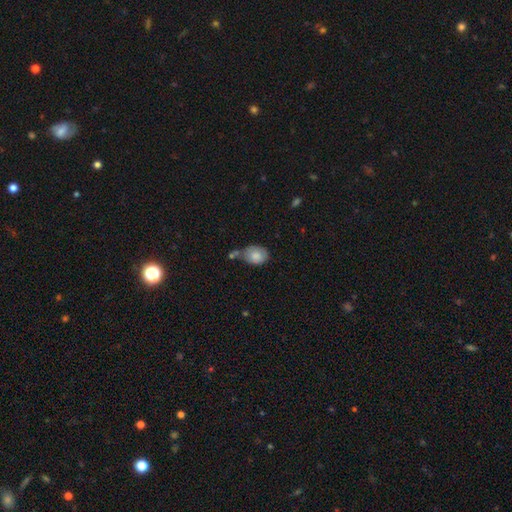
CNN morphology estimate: The model was most divided on "merging": none: 47%, minor disturbance: 26%, merger: 19%, major disturbance: 8%. More confident: smooth or featured — smooth (81%); how rounded — in between (70%).